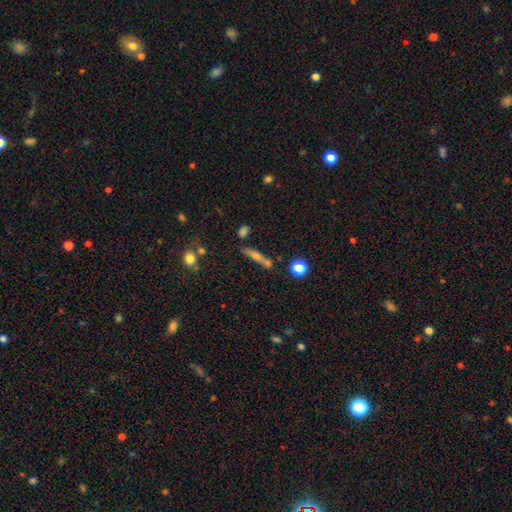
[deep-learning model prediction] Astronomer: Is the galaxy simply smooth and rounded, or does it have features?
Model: smooth — 45% (runner-up: featured or disk, 43%).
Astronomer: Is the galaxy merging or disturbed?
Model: none — 70%.